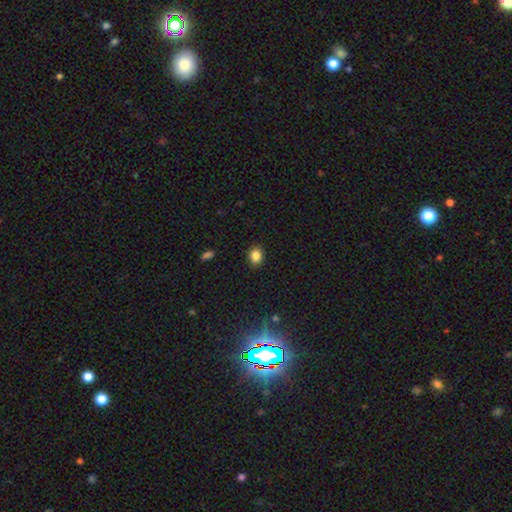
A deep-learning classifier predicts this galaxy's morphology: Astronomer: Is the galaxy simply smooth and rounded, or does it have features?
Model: smooth — 84%.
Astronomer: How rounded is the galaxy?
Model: in between — 53% (runner-up: round, 46%).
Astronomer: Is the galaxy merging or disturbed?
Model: none — 87%.